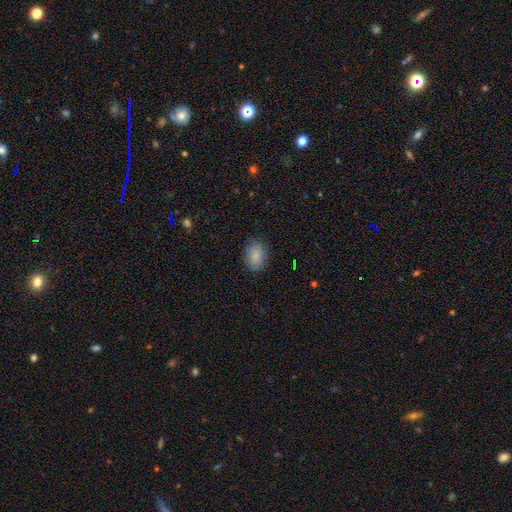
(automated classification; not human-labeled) A smooth galaxy with no disk features (84%) that is in between round and cigar-shaped (75%).

Vote fractions:
- Smooth or featured? smooth: 84% / star or artifact: 9% / featured or disk: 7%
- How rounded? in between: 75% / round: 24% / cigar-shaped: 1%
- Merging? none: 86% / minor disturbance: 10% / major disturbance: 3% / merger: 1%